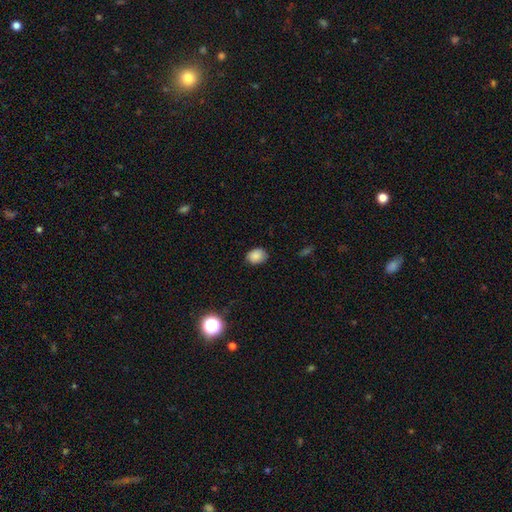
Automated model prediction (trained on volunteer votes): Smooth or featured: smooth — 86% (star or artifact — 9%)
How rounded: in between — 61% (round — 38%)
Merging: none — 79% (minor disturbance — 17%)